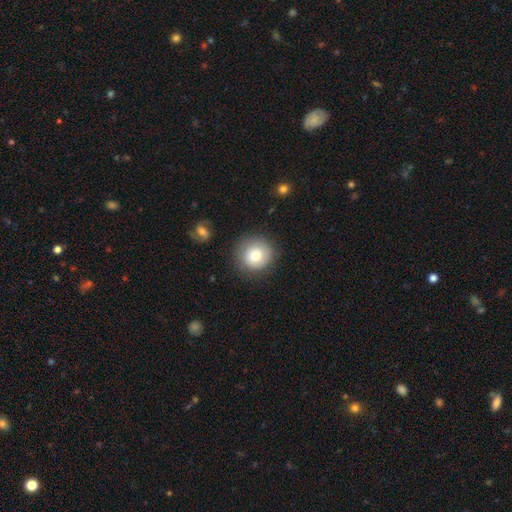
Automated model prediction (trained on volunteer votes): Morphology: type=smooth (77%); roundness=round (92%); merging=none (84%).